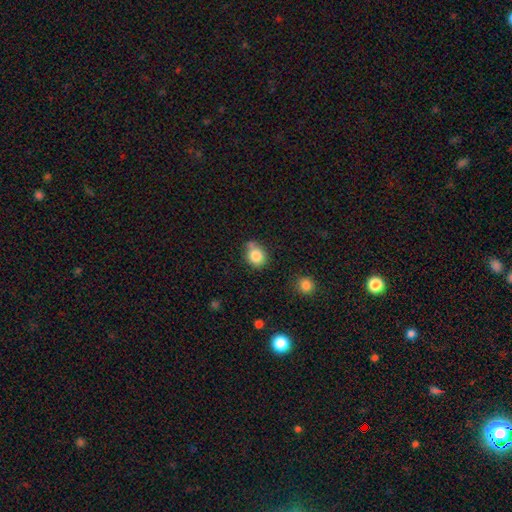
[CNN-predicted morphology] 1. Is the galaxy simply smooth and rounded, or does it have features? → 83% smooth, 9% star or artifact, 7% featured or disk.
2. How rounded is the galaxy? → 68% round, 31% in between, 1% cigar-shaped.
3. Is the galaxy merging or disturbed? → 64% none, 19% minor disturbance, 13% merger, 4% major disturbance.